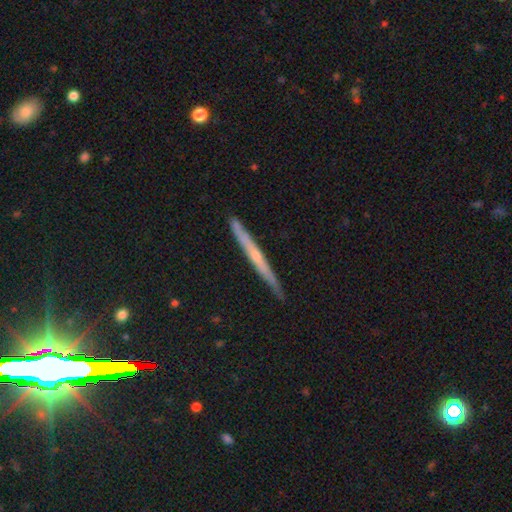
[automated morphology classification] Smooth or featured? Predicted: featured or disk (p=0.61). Edge-on disk? Predicted: yes (p=0.96). Edge-on bulge? Predicted: none (p=0.56). Merging? Predicted: none (p=0.86).